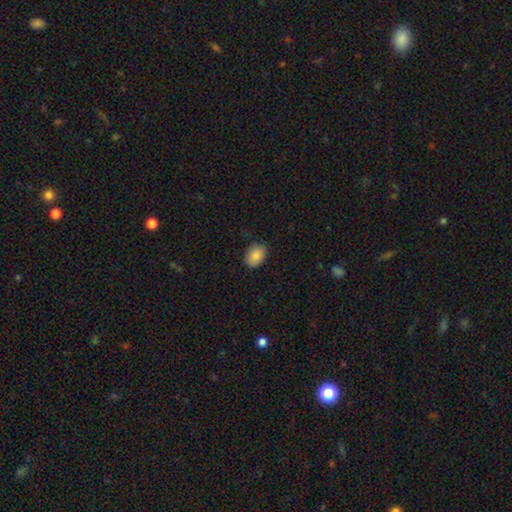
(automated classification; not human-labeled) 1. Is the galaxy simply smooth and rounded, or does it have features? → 87% smooth, 8% star or artifact, 5% featured or disk.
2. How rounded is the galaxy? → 75% in between, 24% round, 1% cigar-shaped.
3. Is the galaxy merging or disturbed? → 84% none, 12% minor disturbance, 2% major disturbance, 1% merger.